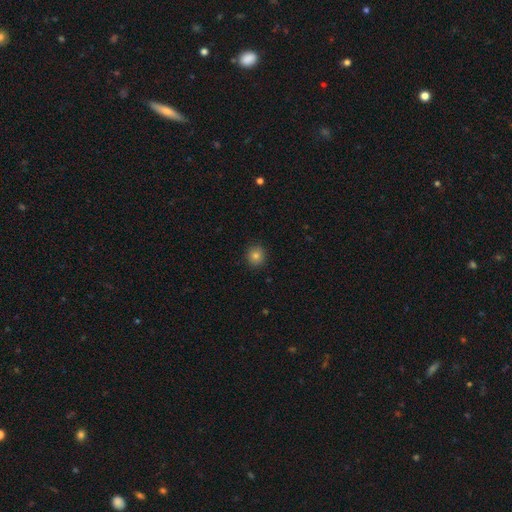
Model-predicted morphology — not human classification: smooth 81%, star or artifact 12%, featured or disk 7%. Down the decision tree: how rounded — round (91%); merging — none (91%).